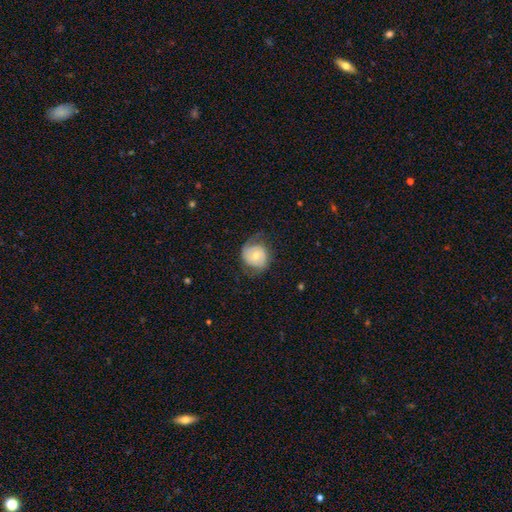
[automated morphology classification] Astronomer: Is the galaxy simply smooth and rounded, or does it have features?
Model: featured or disk — 54% (runner-up: smooth, 39%).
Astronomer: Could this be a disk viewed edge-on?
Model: no — 97%.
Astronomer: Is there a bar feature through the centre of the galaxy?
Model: no — 70%.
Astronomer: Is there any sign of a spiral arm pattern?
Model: yes — 80%.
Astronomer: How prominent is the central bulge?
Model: small — 47% (runner-up: moderate, 46%).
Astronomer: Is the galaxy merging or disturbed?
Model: none — 61%.